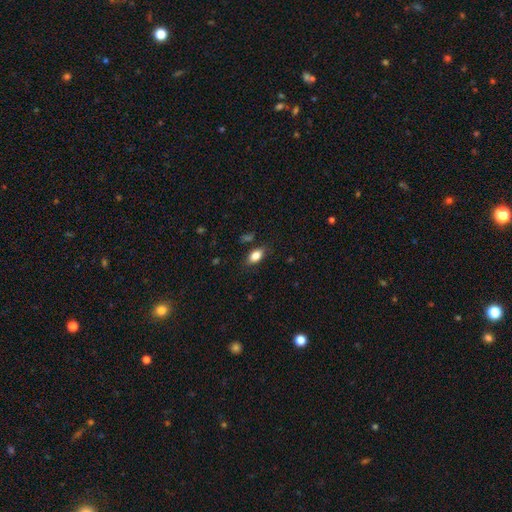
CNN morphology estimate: Smooth or featured? Predicted: smooth (p=0.82). How rounded? Predicted: in between (p=0.88). Merging? Predicted: none (p=0.82).